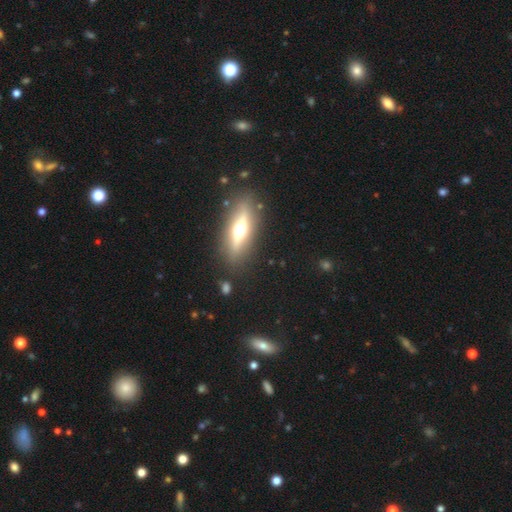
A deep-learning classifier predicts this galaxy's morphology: This appears to be a featured or disk galaxy (49%). Merging: none (81%).